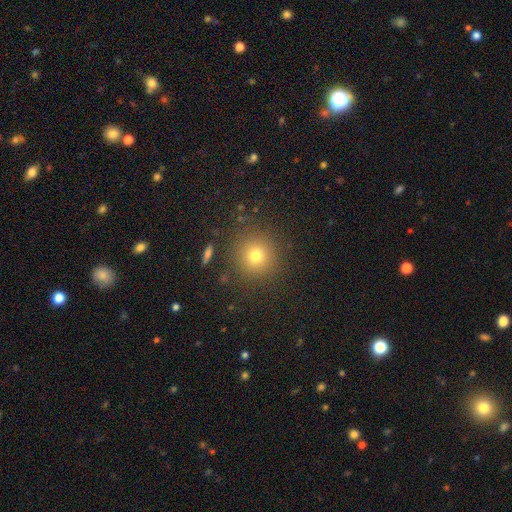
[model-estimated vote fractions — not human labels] This is likely a smooth galaxy (74%). How rounded: clearly round (93%). Merging: clearly none (87%).